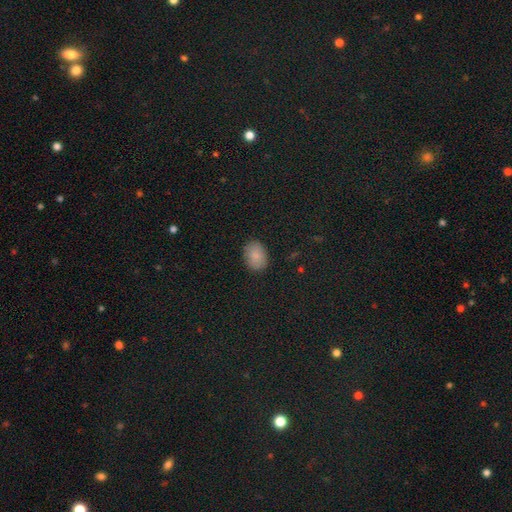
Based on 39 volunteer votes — Q: Smooth or featured?
A: smooth (95%); runner-up: star or artifact (5%)
Q: How rounded?
A: in between (68%); runner-up: round (32%)
Q: Merging?
A: none (89%); runner-up: minor disturbance (8%)